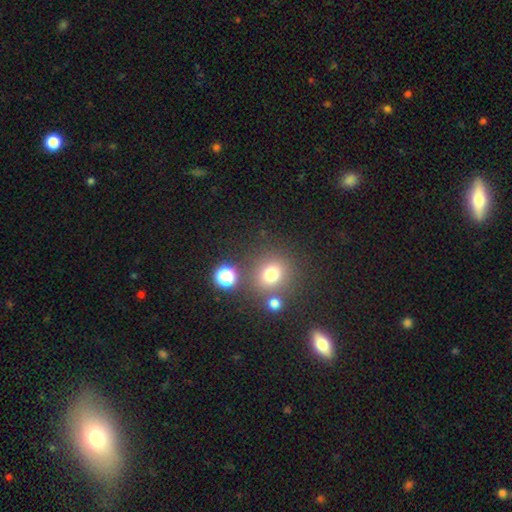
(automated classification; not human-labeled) Smooth or featured?
  - smooth: 55% *
  - star or artifact: 36%
  - featured or disk: 9%
How rounded?
  - round: 86% *
  - in between: 13%
  - cigar-shaped: 1%
Merging?
  - none: 74% *
  - merger: 14%
  - minor disturbance: 8%
  - major disturbance: 4%